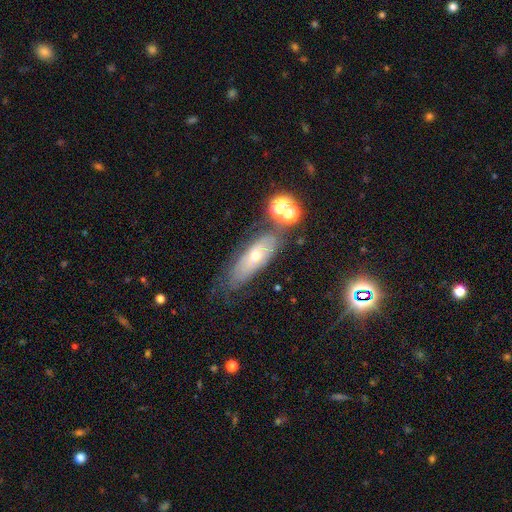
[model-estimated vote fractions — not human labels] A featured or disk galaxy (48%).

Vote fractions:
- Smooth or featured? featured or disk: 48% / smooth: 38% / star or artifact: 14%
- Merging? none: 60% / minor disturbance: 22% / merger: 9% / major disturbance: 9%